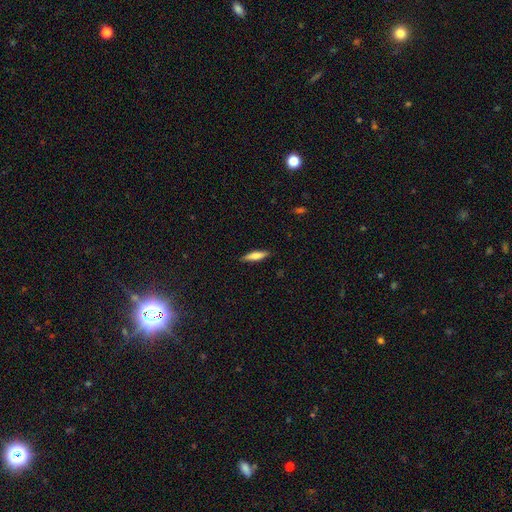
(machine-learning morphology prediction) This is likely a smooth galaxy (72%). How rounded: likely cigar-shaped (76%). Merging: clearly none (88%).